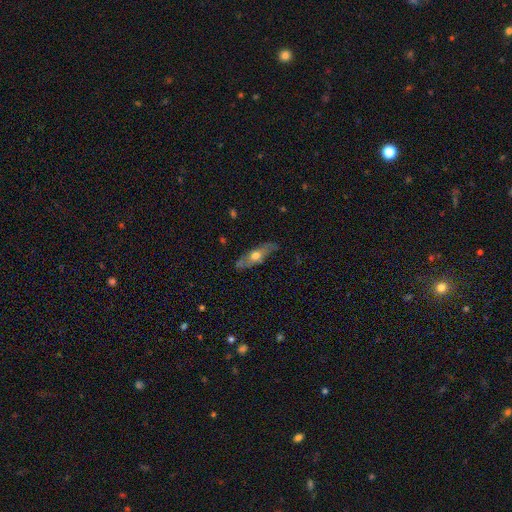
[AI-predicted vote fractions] A featured or disk galaxy (52%) viewed edge-on (54%).

Vote fractions:
- Smooth or featured? featured or disk: 52% / smooth: 42% / star or artifact: 6%
- Edge-on disk? yes: 54% / no: 46%
- Merging? none: 74% / minor disturbance: 19% / major disturbance: 4% / merger: 2%